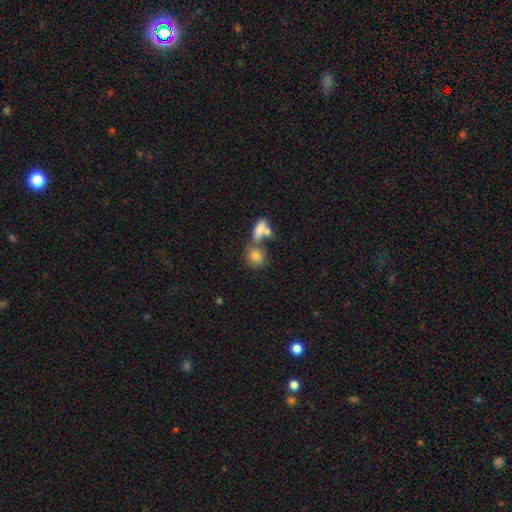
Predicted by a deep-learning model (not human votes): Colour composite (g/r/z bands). It shows a smooth galaxy with no disk features (80%) that is round (63%). Merging: merger (45%).